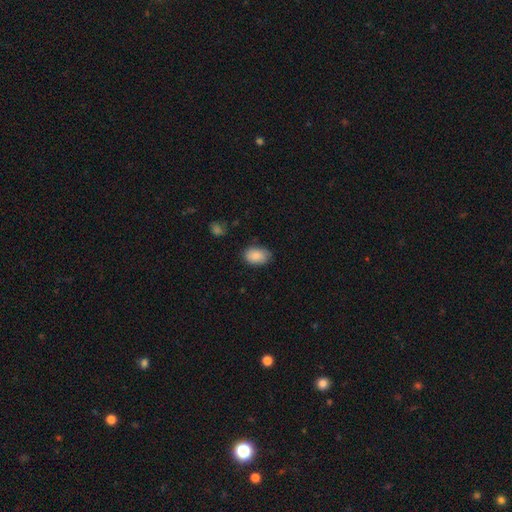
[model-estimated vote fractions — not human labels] Smooth or featured: smooth — 87% (star or artifact — 7%)
How rounded: in between — 86% (round — 13%)
Merging: none — 75% (minor disturbance — 20%)